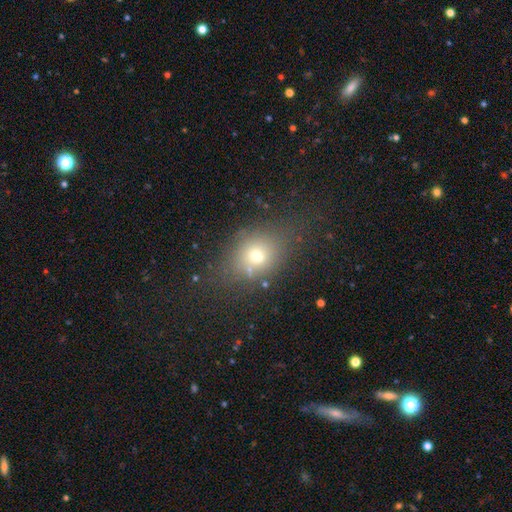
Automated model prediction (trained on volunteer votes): Morphology: type=smooth (66%); roundness=in between (60%); merging=none (66%).